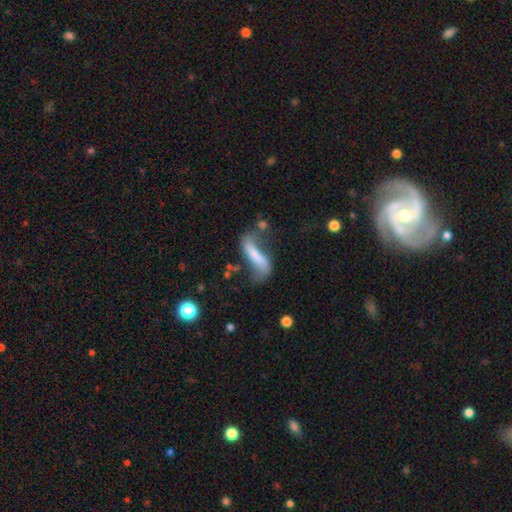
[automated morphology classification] This is possibly a featured or disk galaxy (57%). It is likely not viewed edge-on (79%). Merging: marginally none (38%).